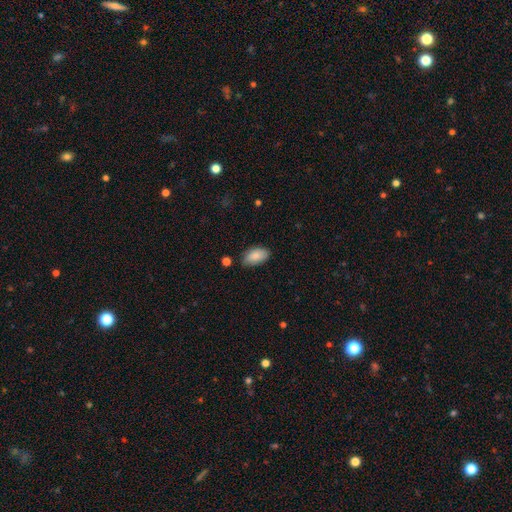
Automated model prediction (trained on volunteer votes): A smooth galaxy with no disk features (87%) that is in between round and cigar-shaped (94%).

Vote fractions:
- Smooth or featured? smooth: 87% / star or artifact: 7% / featured or disk: 6%
- How rounded? in between: 94% / round: 4% / cigar-shaped: 2%
- Merging? none: 76% / minor disturbance: 18% / major disturbance: 3% / merger: 2%